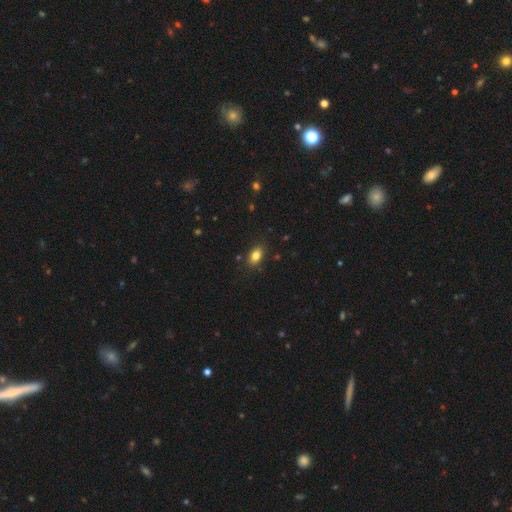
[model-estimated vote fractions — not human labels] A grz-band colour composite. It shows a smooth galaxy with no disk features (82%) that is in between round and cigar-shaped (85%). Merging: none (85%).